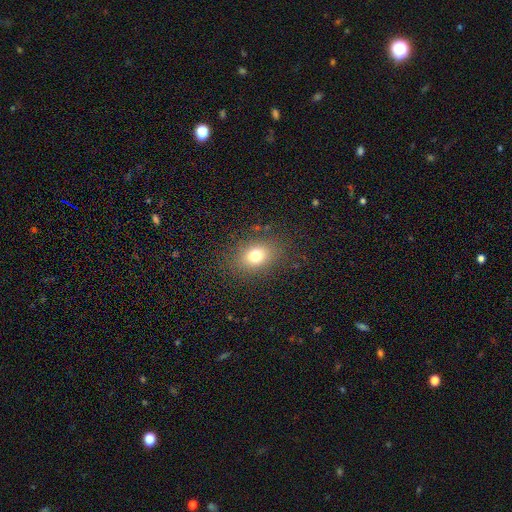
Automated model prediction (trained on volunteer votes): smooth_or_featured: smooth (p=0.76) [alt: star or artifact p=0.14]
how_rounded: in between (p=0.62) [alt: round p=0.37]
merging: none (p=0.84) [alt: minor disturbance p=0.10]